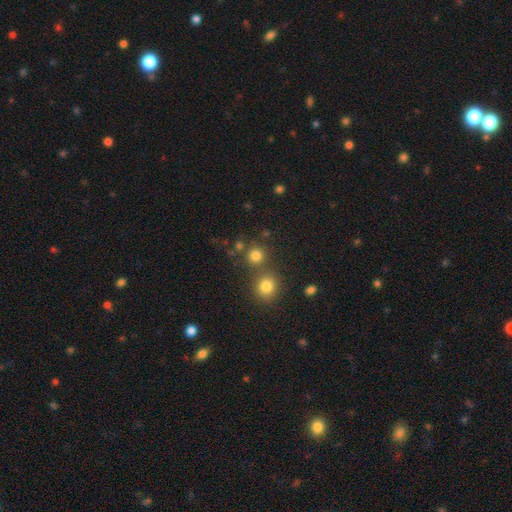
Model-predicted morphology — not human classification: A smooth galaxy with no disk features (79%) that is round (90%). Merging: none (67%).